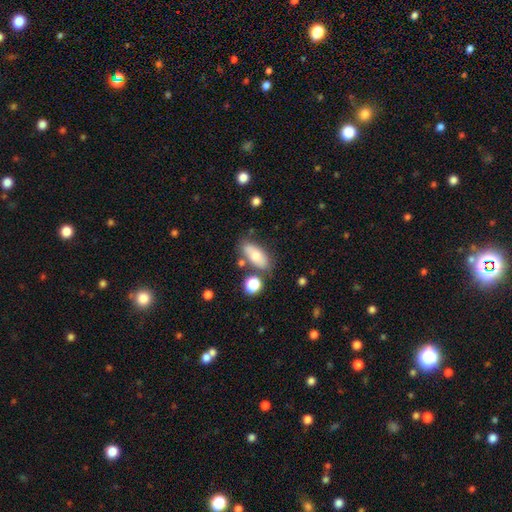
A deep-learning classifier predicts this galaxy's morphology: Overall: smooth (69%). How rounded: in between (82%). Merging: none (71%).